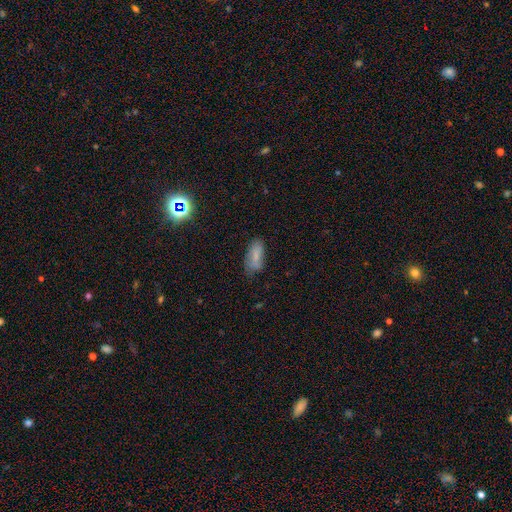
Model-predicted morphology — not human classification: A smooth galaxy with no disk features (77%) that is in between round and cigar-shaped (82%). Merging: none (65%).